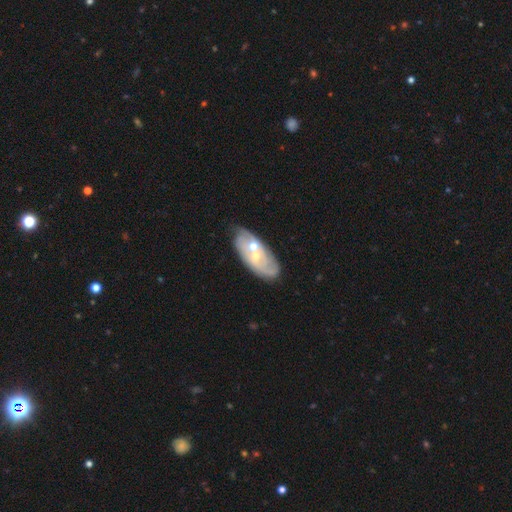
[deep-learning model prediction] Smooth or featured? featured or disk (67%)
Edge-on disk? no (91%)
Bar? no (68%)
Spiral arms? yes (72%)
Bulge size? moderate (51%)
Merging? none (56%)